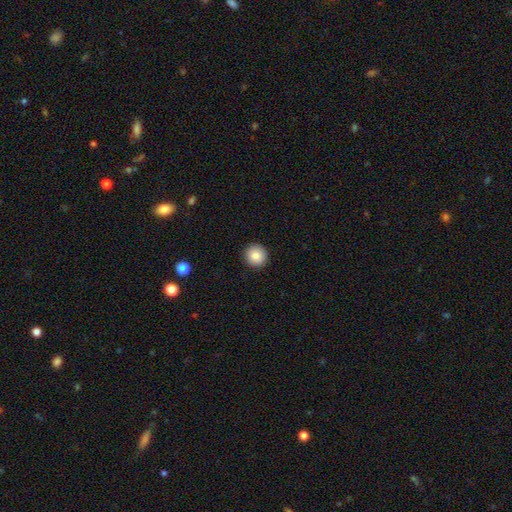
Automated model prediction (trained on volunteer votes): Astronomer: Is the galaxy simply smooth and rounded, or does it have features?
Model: smooth — 87%.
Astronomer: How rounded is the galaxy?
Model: round — 93%.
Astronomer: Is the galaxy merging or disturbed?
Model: none — 93%.